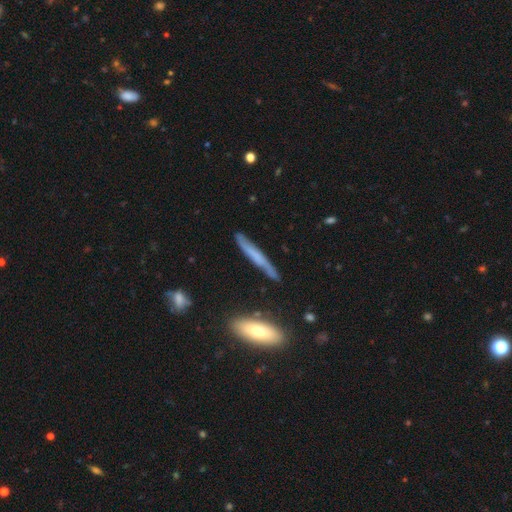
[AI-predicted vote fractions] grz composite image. It shows a featured or disk galaxy (47%). Merging: none (81%).